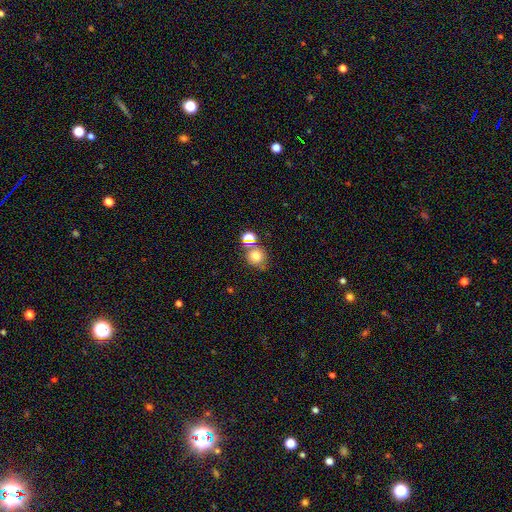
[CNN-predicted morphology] smooth_or_featured: smooth (p=0.75) [alt: star or artifact p=0.14]
how_rounded: round (p=0.84) [alt: in between p=0.15]
merging: none (p=0.61) [alt: merger p=0.24]